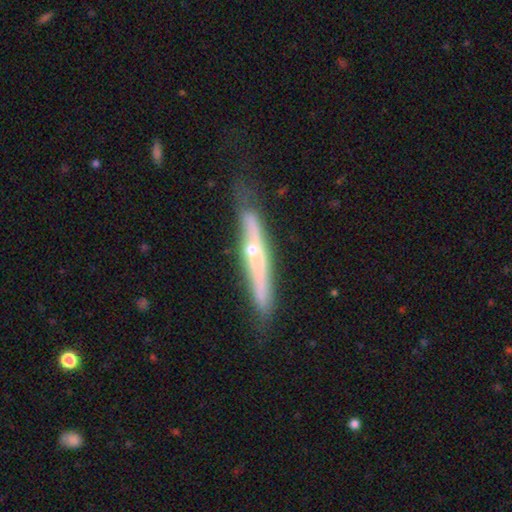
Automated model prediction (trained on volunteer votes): Q: Smooth or featured?
A: featured or disk (64%); runner-up: smooth (30%)
Q: Edge-on disk?
A: yes (85%); runner-up: no (15%)
Q: Edge-on bulge?
A: rounded (63%); runner-up: none (33%)
Q: Merging?
A: none (66%); runner-up: minor disturbance (23%)